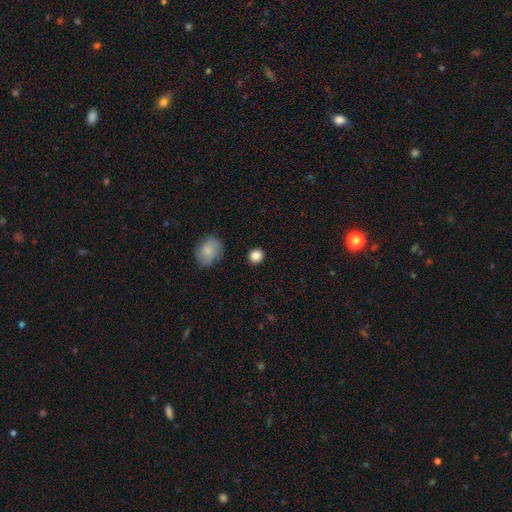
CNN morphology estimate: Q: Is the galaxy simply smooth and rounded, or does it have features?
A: smooth — 87%.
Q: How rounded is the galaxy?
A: round — 86%.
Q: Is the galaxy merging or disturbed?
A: none — 88%.